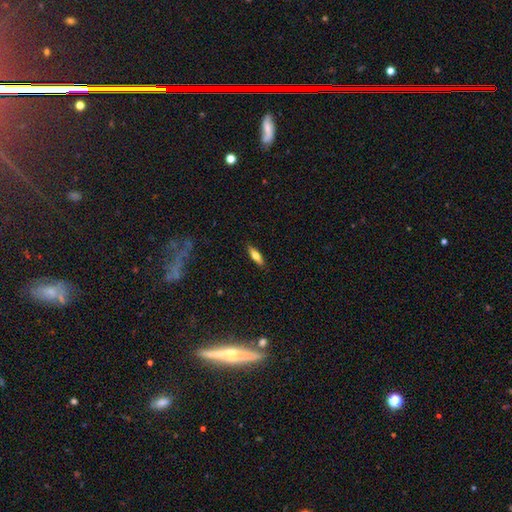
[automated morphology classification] smooth_or_featured: smooth (p=0.61) [alt: featured or disk p=0.32]
how_rounded: cigar-shaped (p=0.52) [alt: in between p=0.45]
merging: none (p=0.88) [alt: minor disturbance p=0.09]